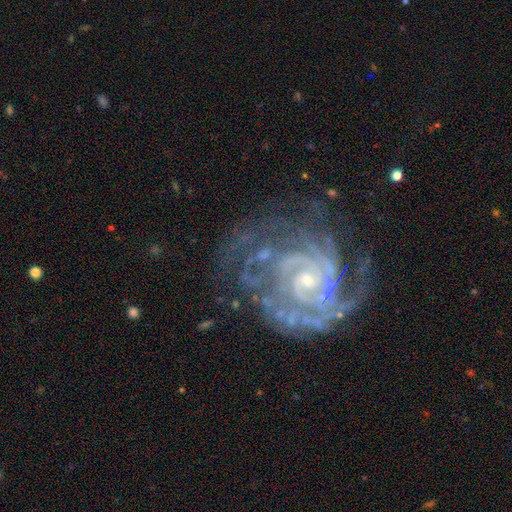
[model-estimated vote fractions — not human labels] This is clearly a featured or disk galaxy (89%). It is clearly not viewed edge-on (97%). Bar: likely no (68%). Spiral arm pattern: clearly yes (97%). Spiral arm count: marginally 2 (27%). Spiral winding: likely tight (76%). Central bulge: likely small (70%). Merging: likely none (63%).